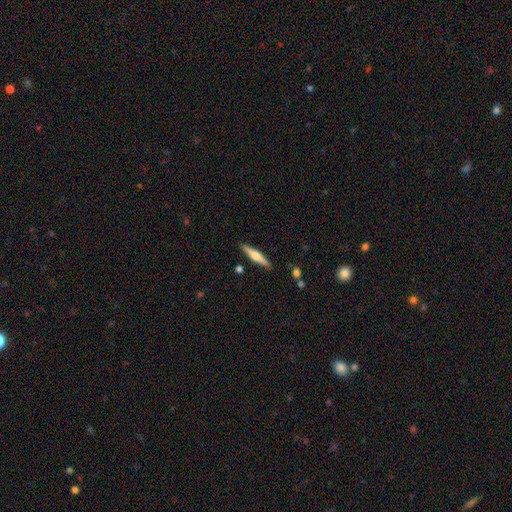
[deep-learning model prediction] This is possibly a featured or disk galaxy (51%). It is clearly viewed edge-on (96%). Merging: clearly none (89%).